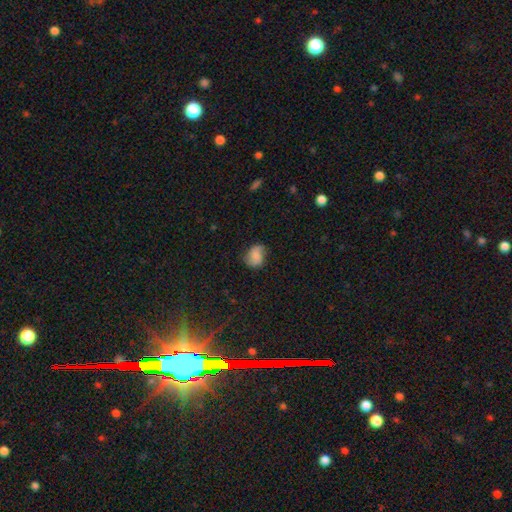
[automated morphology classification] This appears to be a smooth galaxy with no disk features (67%) that is in between round and cigar-shaped (57%). Merging: none (65%).